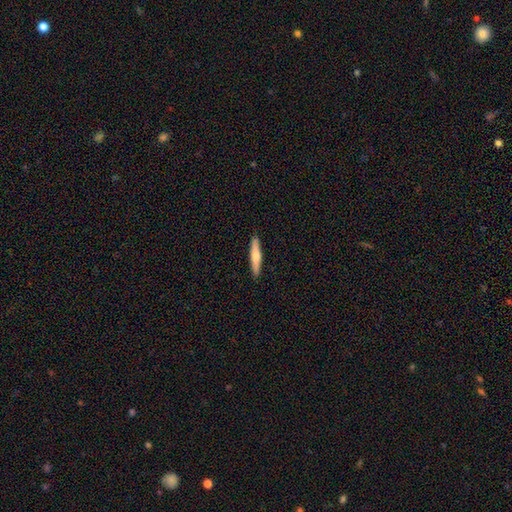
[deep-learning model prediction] smooth_or_featured: smooth (p=0.58) [alt: featured or disk p=0.37]
how_rounded: cigar-shaped (p=0.91) [alt: in between p=0.07]
merging: none (p=0.91) [alt: minor disturbance p=0.07]